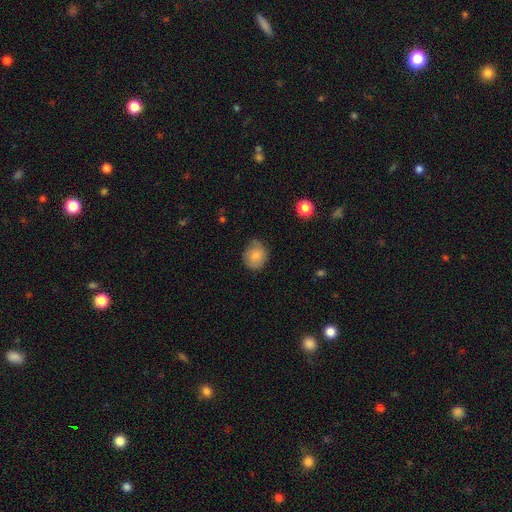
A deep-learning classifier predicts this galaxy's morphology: This appears to be a smooth galaxy with no disk features (80%) that is round (68%). Merging: none (62%).